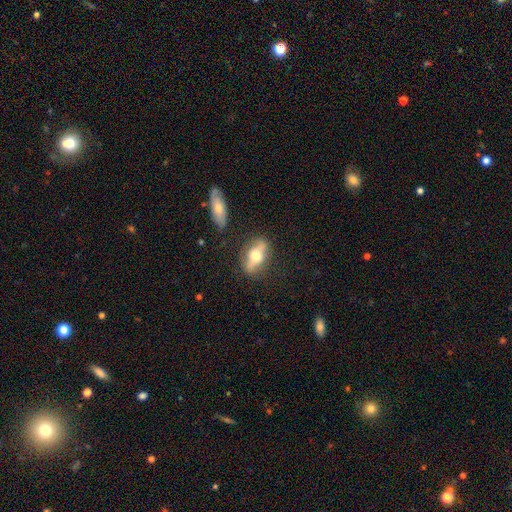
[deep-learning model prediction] Smooth or featured?
  - featured or disk: 54% *
  - smooth: 39%
  - star or artifact: 7%
Edge-on disk?
  - yes: 65% *
  - no: 35%
Merging?
  - none: 78% *
  - minor disturbance: 14%
  - major disturbance: 5%
  - merger: 3%